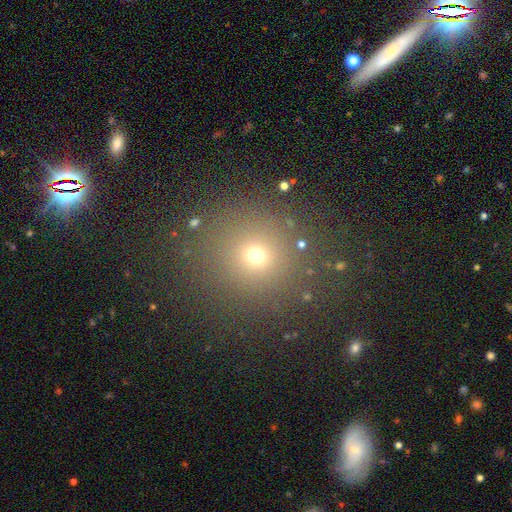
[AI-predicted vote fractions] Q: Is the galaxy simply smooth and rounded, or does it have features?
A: smooth — 65%.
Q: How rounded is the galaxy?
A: round — 88%.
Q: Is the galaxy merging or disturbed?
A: none — 86%.